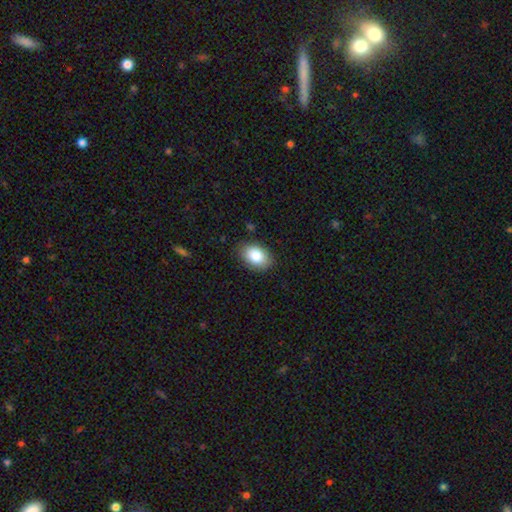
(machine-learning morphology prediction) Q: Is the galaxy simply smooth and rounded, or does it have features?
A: smooth — 85%.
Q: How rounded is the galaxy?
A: in between — 85%.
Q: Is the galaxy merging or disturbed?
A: none — 84%.